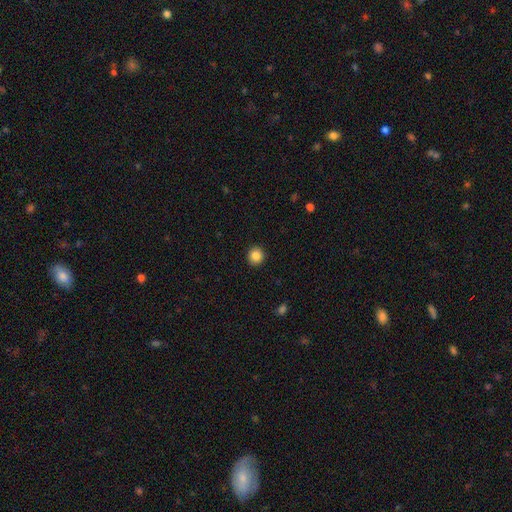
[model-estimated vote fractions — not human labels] A smooth galaxy with no disk features (85%) that is round (90%).

Vote fractions:
- Smooth or featured? smooth: 85% / star or artifact: 10% / featured or disk: 5%
- How rounded? round: 90% / in between: 9% / cigar-shaped: 1%
- Merging? none: 93% / minor disturbance: 5% / major disturbance: 2% / merger: 1%